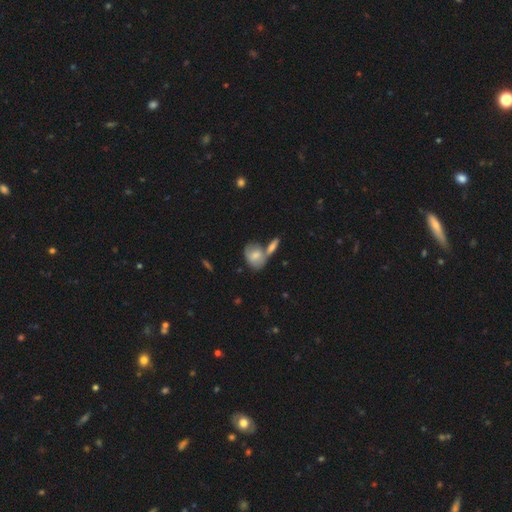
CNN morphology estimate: The model was most divided on "merging": none: 42%, merger: 37%, minor disturbance: 16%, major disturbance: 6%. More confident: how rounded — in between (69%); smooth or featured — smooth (68%).